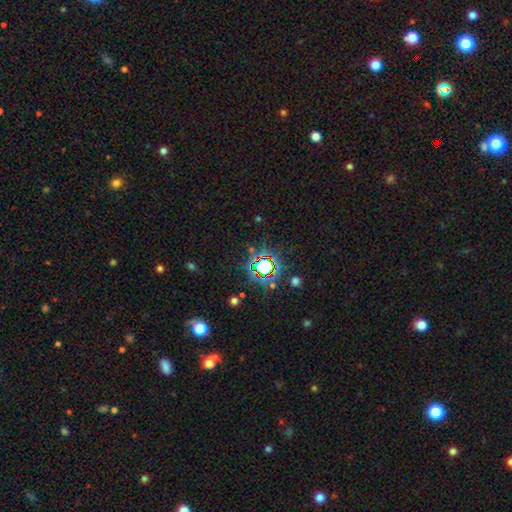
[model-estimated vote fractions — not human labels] smooth-or-featured: star or artifact: 78% | smooth: 13% | featured or disk: 9%